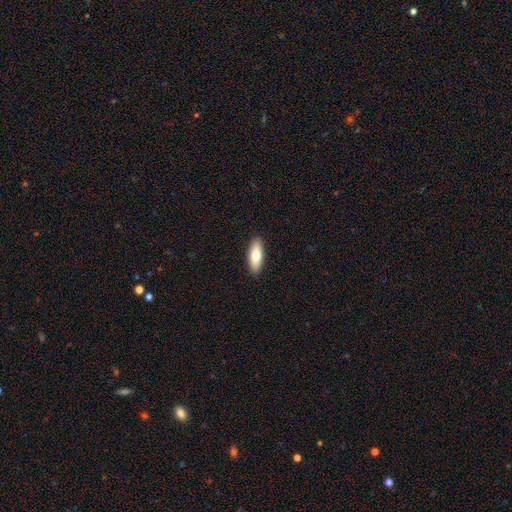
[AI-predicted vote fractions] Smooth or featured? smooth (73%)
How rounded? in between (68%)
Merging? none (91%)